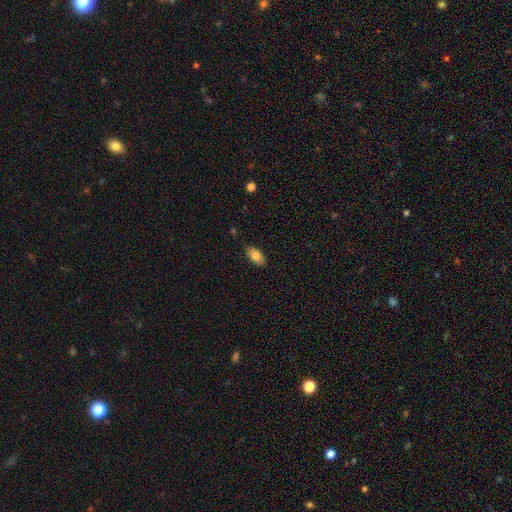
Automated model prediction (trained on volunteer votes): The model was most divided on "smooth or featured": smooth: 81%, featured or disk: 11%, star or artifact: 8%. More confident: how rounded — in between (91%); merging — none (86%).